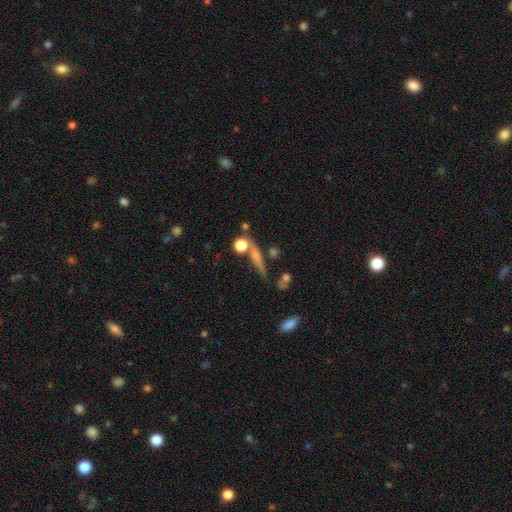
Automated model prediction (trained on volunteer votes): Q: Smooth or featured?
A: smooth (55%); runner-up: featured or disk (31%)
Q: How rounded?
A: cigar-shaped (58%); runner-up: round (27%)
Q: Merging?
A: none (61%); runner-up: merger (17%)